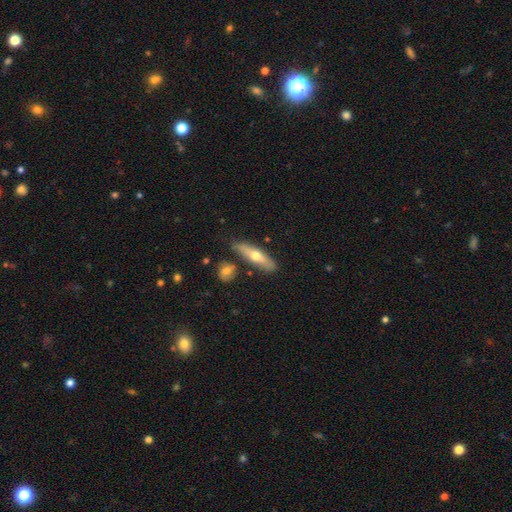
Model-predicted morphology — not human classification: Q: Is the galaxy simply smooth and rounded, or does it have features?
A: smooth — 53%.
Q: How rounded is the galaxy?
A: cigar-shaped — 67%.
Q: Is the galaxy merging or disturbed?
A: none — 78%.